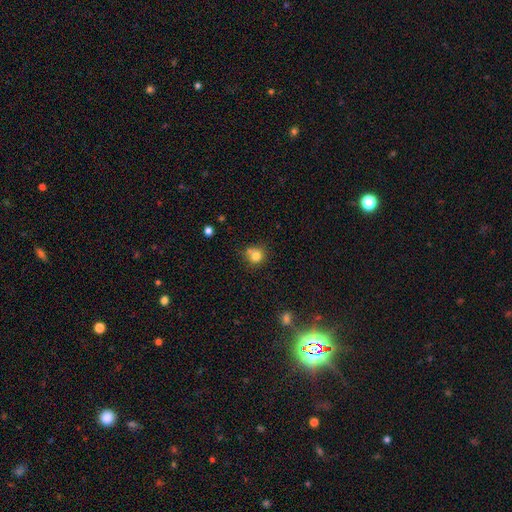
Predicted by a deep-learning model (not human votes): A smooth galaxy with no disk features (79%) that is round (85%).

Vote fractions:
- Smooth or featured? smooth: 79% / star or artifact: 12% / featured or disk: 9%
- How rounded? round: 85% / in between: 14% / cigar-shaped: 1%
- Merging? none: 60% / merger: 19% / minor disturbance: 16% / major disturbance: 5%